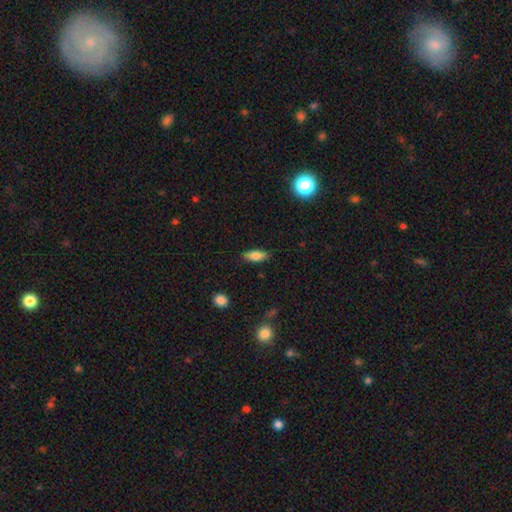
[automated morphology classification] Smooth or featured: smooth — 79% (featured or disk — 13%)
How rounded: in between — 73% (cigar-shaped — 24%)
Merging: none — 86% (minor disturbance — 11%)